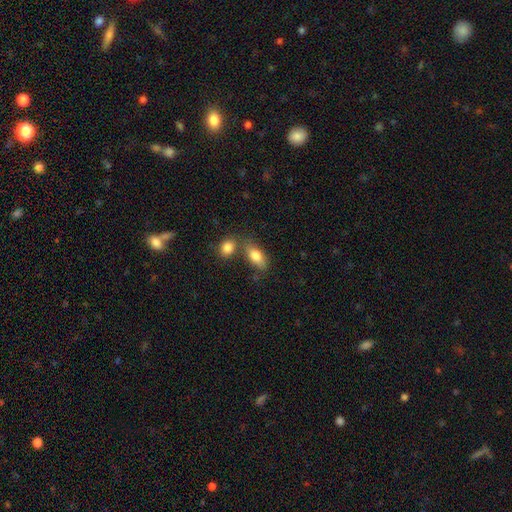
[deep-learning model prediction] Overall: smooth (78%). How rounded: in between (82%). Merging: none (57%; merger 25%).